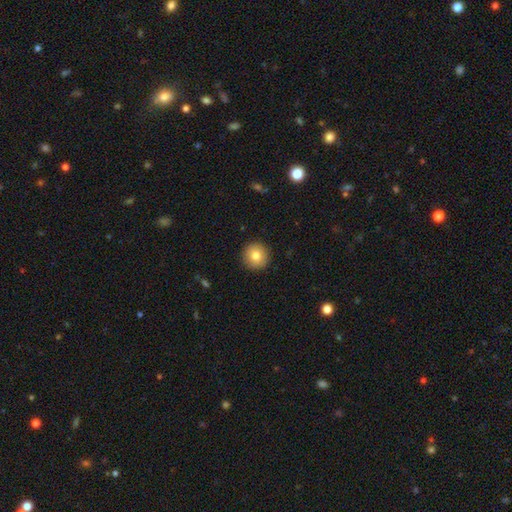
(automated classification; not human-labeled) Smooth or featured? smooth (81%)
How rounded? round (95%)
Merging? none (93%)